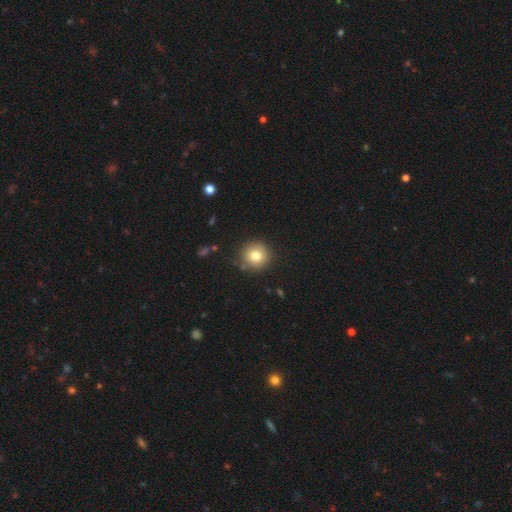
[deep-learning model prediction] A smooth galaxy with no disk features (79%) that is round (94%). Merging: none (87%).